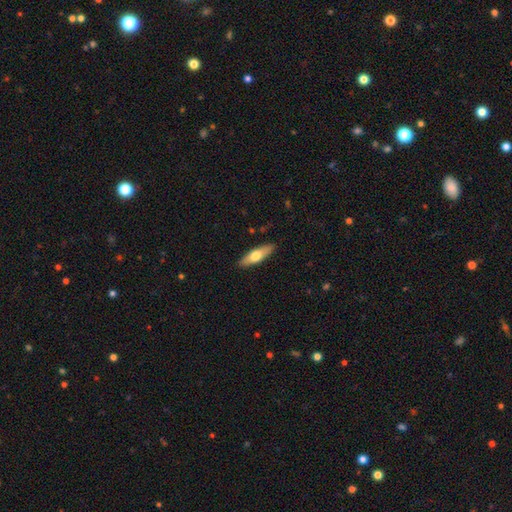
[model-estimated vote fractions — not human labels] This is likely a smooth galaxy (61%). How rounded: possibly cigar-shaped (53%). Merging: clearly none (89%).